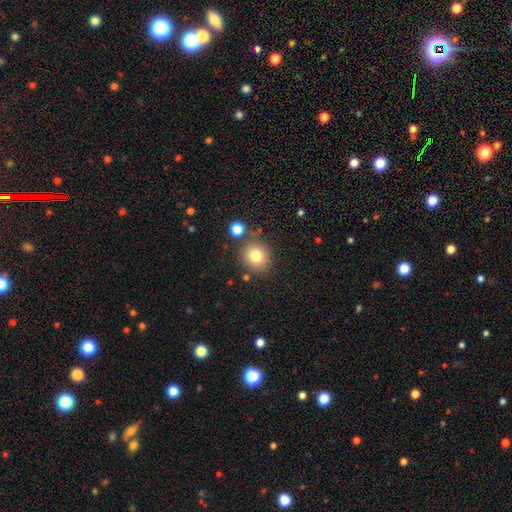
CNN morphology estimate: smooth 79%, star or artifact 11%, featured or disk 9%. Down the decision tree: how rounded — round (87%); merging — none (77%).